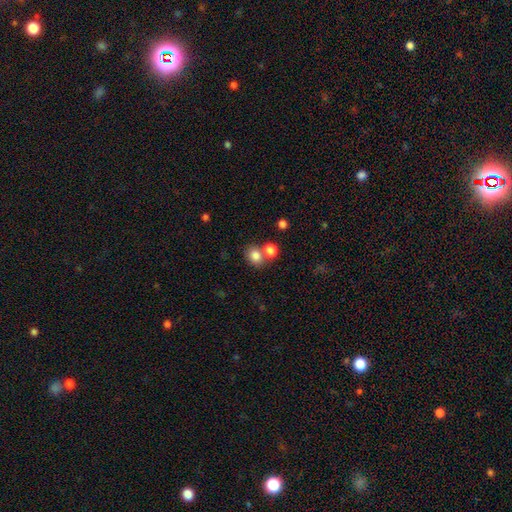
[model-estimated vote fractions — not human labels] Q: Smooth or featured?
A: smooth (81%); runner-up: star or artifact (11%)
Q: How rounded?
A: round (63%); runner-up: in between (36%)
Q: Merging?
A: none (57%); runner-up: merger (30%)